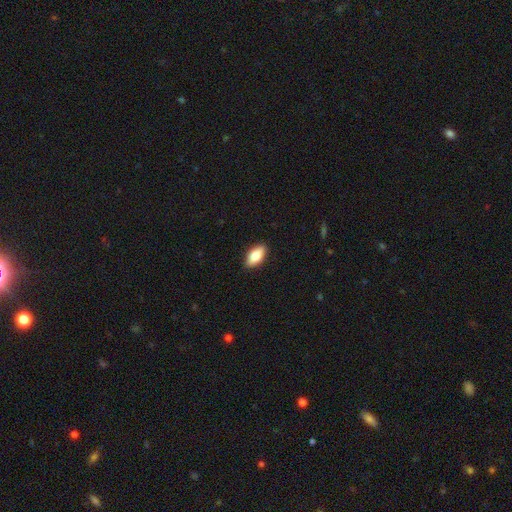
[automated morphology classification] Smooth or featured?
  - smooth: 83% *
  - featured or disk: 11%
  - star or artifact: 6%
How rounded?
  - in between: 91% *
  - cigar-shaped: 7%
  - round: 3%
Merging?
  - none: 89% *
  - minor disturbance: 9%
  - major disturbance: 2%
  - merger: 1%